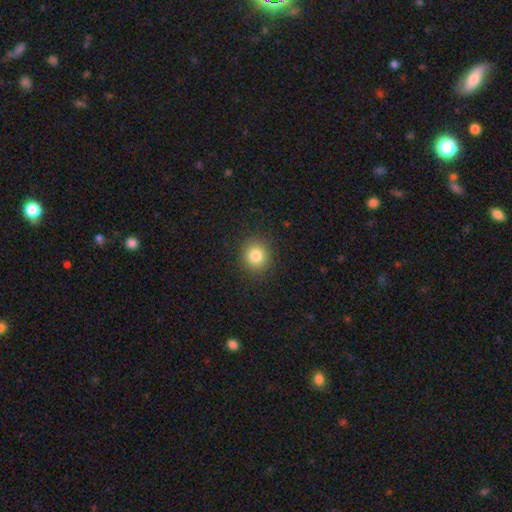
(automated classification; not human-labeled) Overall: smooth (82%). How rounded: round (89%). Merging: none (90%).